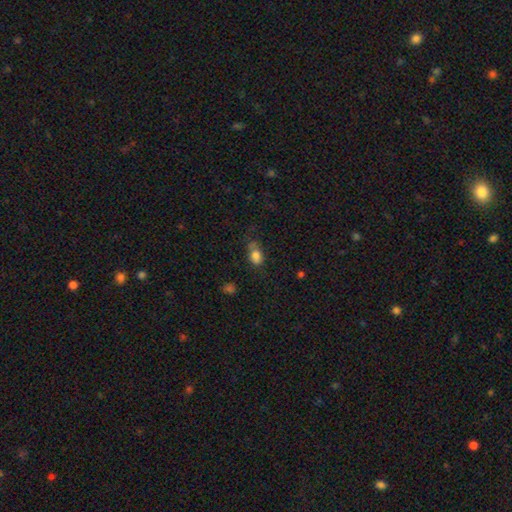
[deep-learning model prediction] A smooth galaxy with no disk features (81%) that is in between round and cigar-shaped (75%).

Vote fractions:
- Smooth or featured? smooth: 81% / star or artifact: 10% / featured or disk: 8%
- How rounded? in between: 75% / round: 23% / cigar-shaped: 2%
- Merging? none: 50% / minor disturbance: 32% / major disturbance: 12% / merger: 6%